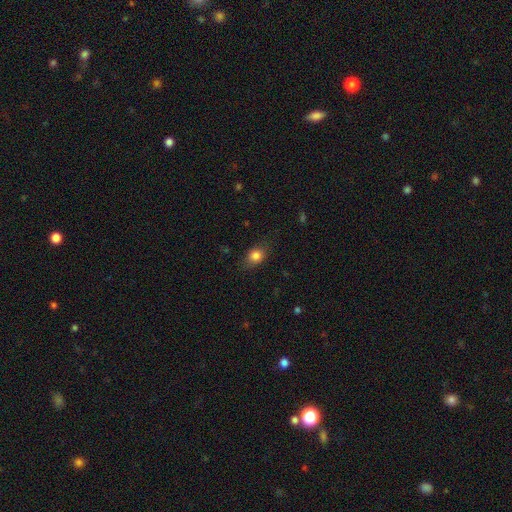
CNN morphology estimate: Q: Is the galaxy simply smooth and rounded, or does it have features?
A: smooth — 82%.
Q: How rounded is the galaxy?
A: in between — 56%.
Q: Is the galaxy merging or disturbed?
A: none — 80%.